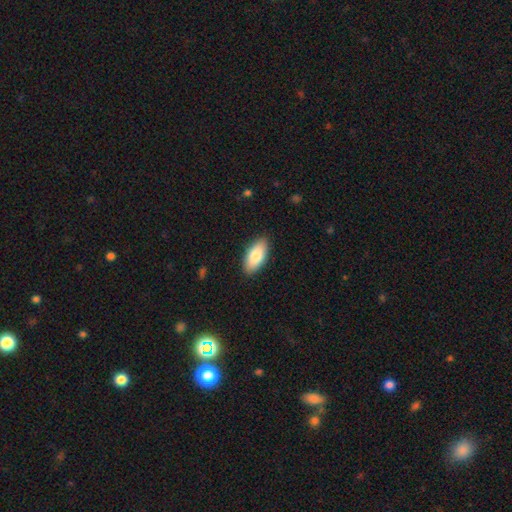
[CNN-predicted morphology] The model was most divided on "smooth or featured": smooth: 83%, featured or disk: 11%, star or artifact: 6%. More confident: how rounded — in between (90%); merging — none (88%).